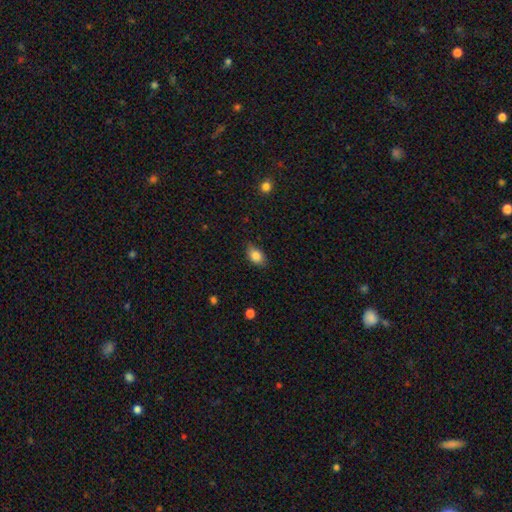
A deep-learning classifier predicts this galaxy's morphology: A smooth galaxy with no disk features (83%) that is in between round and cigar-shaped (83%).

Vote fractions:
- Smooth or featured? smooth: 83% / star or artifact: 8% / featured or disk: 8%
- How rounded? in between: 83% / round: 15% / cigar-shaped: 2%
- Merging? none: 76% / minor disturbance: 20% / major disturbance: 3% / merger: 1%